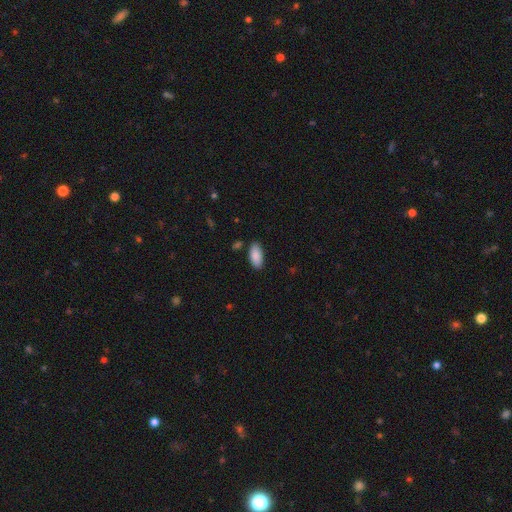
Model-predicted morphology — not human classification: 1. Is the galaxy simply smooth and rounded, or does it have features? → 88% smooth, 6% star or artifact, 5% featured or disk.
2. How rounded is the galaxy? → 92% in between, 6% cigar-shaped, 2% round.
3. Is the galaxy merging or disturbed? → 84% none, 11% minor disturbance, 3% merger, 2% major disturbance.